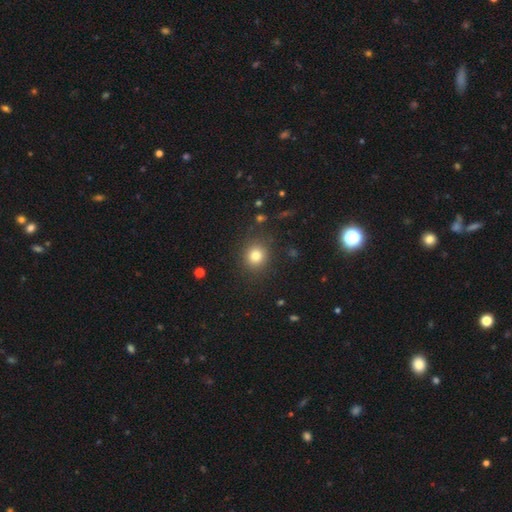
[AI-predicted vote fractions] smooth-or-featured: smooth: 79% | star or artifact: 14% | featured or disk: 7%
  how-rounded: round: 86% | in between: 13% | cigar-shaped: 1%
  merging: none: 86% | minor disturbance: 8% | major disturbance: 3% | merger: 2%